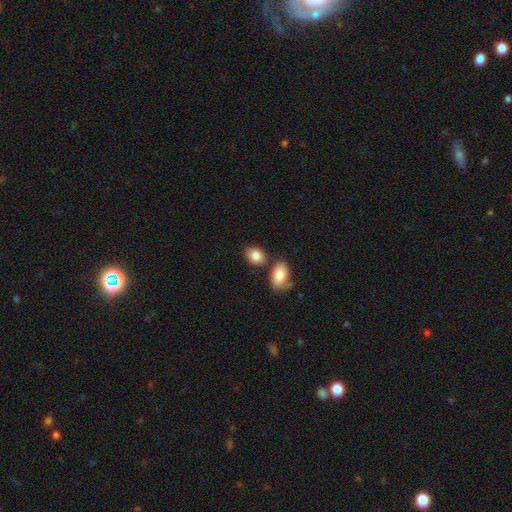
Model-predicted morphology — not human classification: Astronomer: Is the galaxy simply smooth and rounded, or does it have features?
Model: smooth — 85%.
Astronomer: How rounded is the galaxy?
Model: in between — 66%.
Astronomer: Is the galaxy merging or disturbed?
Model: none — 68%.